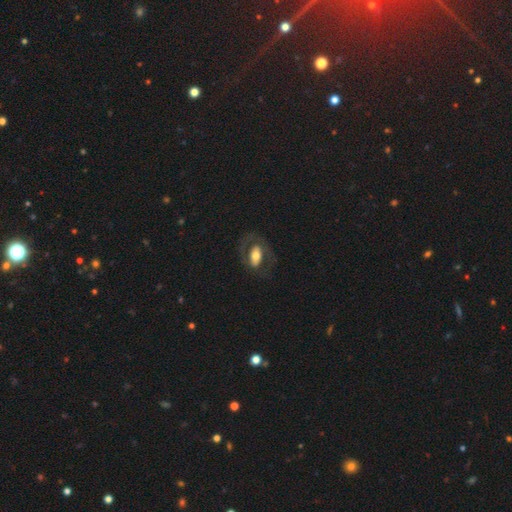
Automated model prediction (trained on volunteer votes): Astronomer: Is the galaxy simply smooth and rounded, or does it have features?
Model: featured or disk — 49% (runner-up: smooth, 45%).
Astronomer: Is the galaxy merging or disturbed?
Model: none — 66%.